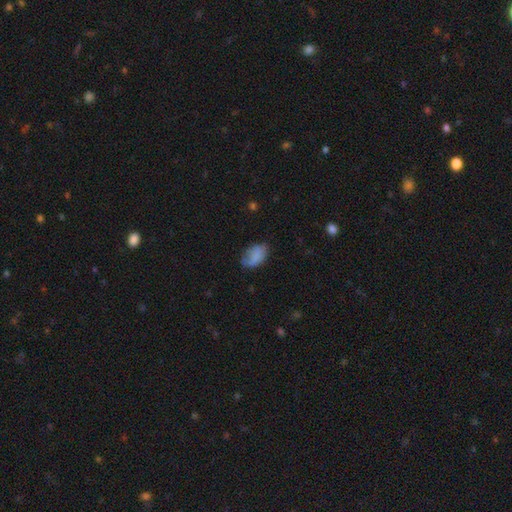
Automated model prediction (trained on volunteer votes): smooth 78%, featured or disk 13%, star or artifact 9%. Down the decision tree: how rounded — in between (92%); merging — none (56%).